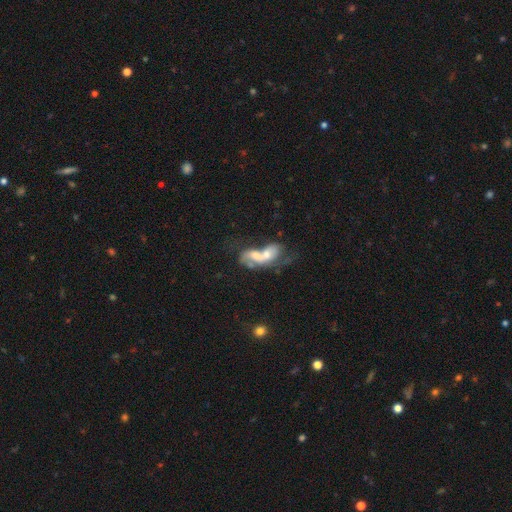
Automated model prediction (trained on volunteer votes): This appears to be a featured or disk galaxy (49%). Merging: merger (72%).